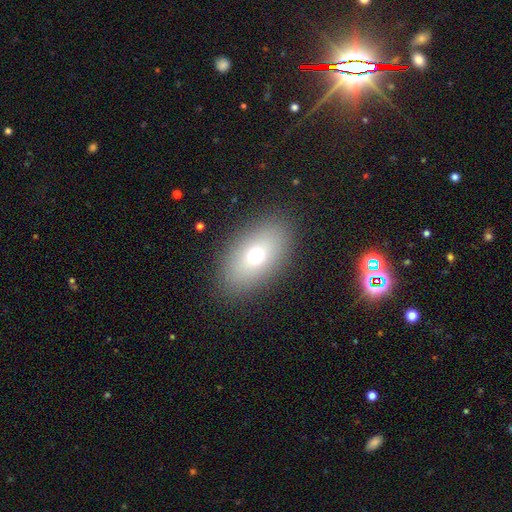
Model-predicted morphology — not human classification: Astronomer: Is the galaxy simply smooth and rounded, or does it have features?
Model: smooth — 69%.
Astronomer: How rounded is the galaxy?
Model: in between — 88%.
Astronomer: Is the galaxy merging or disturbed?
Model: none — 87%.